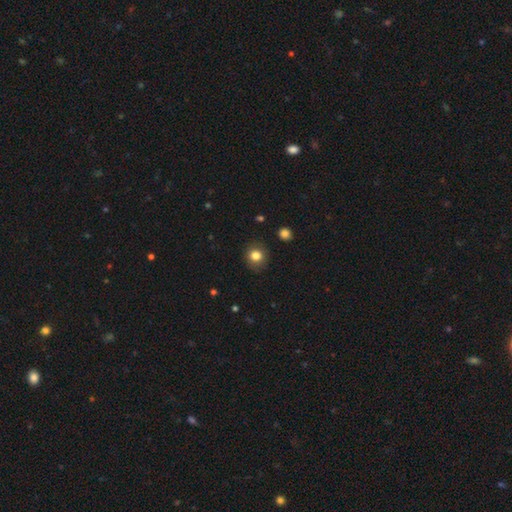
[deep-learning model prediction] smooth-or-featured: smooth: 82% | star or artifact: 11% | featured or disk: 7%
  how-rounded: round: 84% | in between: 15% | cigar-shaped: 1%
  merging: none: 87% | minor disturbance: 9% | major disturbance: 3% | merger: 1%